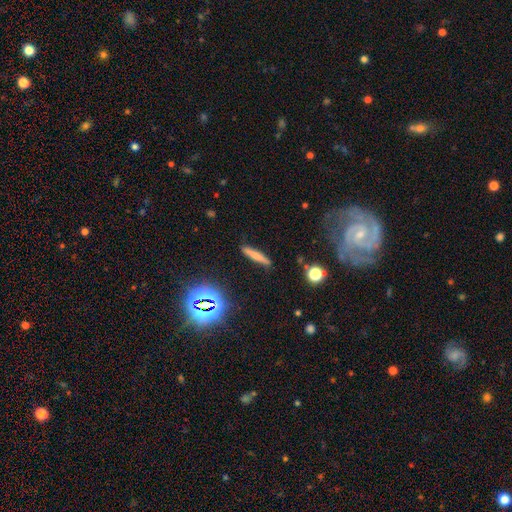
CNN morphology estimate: Smooth or featured: smooth — 62% (featured or disk — 25%)
How rounded: cigar-shaped — 90% (in between — 8%)
Merging: none — 86% (minor disturbance — 9%)